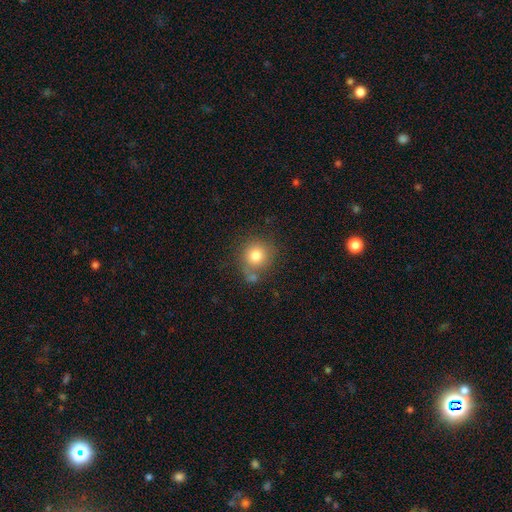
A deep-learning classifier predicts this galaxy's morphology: This appears to be a smooth galaxy with no disk features (80%) that is round (89%). Merging: none (62%).